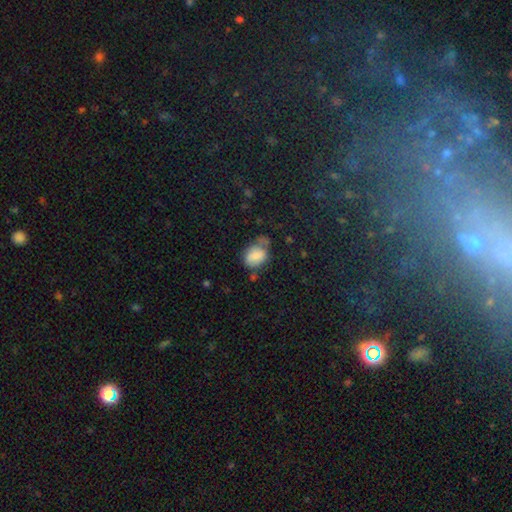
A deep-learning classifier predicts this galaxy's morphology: A smooth galaxy with no disk features (79%) that is in between round and cigar-shaped (71%).

Vote fractions:
- Smooth or featured? smooth: 79% / featured or disk: 12% / star or artifact: 9%
- How rounded? in between: 71% / round: 28% / cigar-shaped: 1%
- Merging? none: 43% / minor disturbance: 32% / major disturbance: 14% / merger: 10%